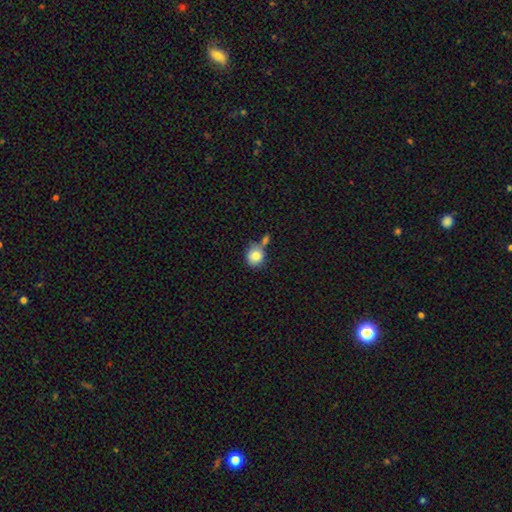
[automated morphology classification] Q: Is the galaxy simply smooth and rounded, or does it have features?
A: smooth — 84%.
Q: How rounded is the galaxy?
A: round — 81%.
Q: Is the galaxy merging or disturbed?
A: none — 49%.